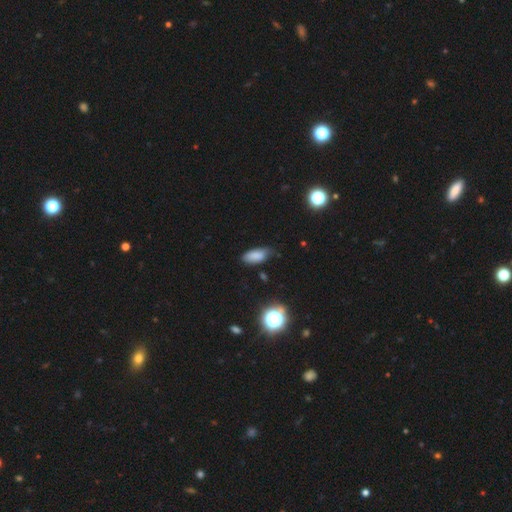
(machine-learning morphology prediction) Smooth or featured?
  - smooth: 82% *
  - star or artifact: 10%
  - featured or disk: 7%
How rounded?
  - in between: 85% *
  - cigar-shaped: 12%
  - round: 3%
Merging?
  - none: 65% *
  - minor disturbance: 29%
  - major disturbance: 4%
  - merger: 2%